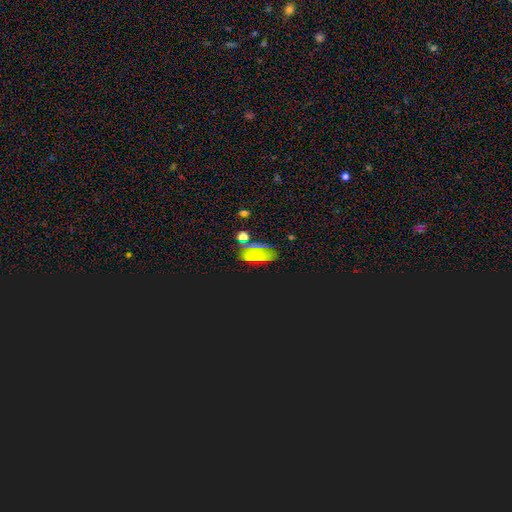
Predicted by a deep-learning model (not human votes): Overall: star or artifact (43%; smooth 42%).